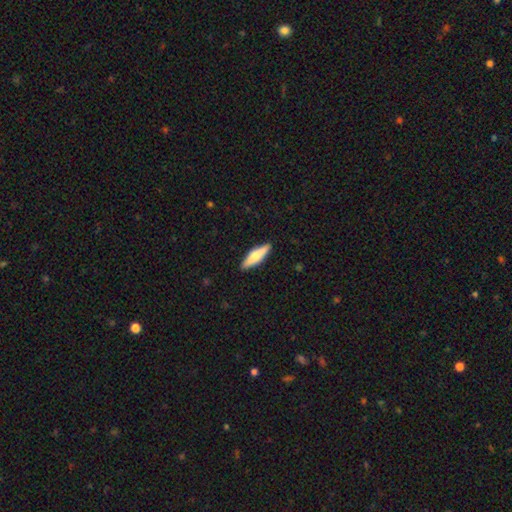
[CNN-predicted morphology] Smooth or featured? Predicted: smooth (p=0.64). How rounded? Predicted: cigar-shaped (p=0.68). Merging? Predicted: none (p=0.90).